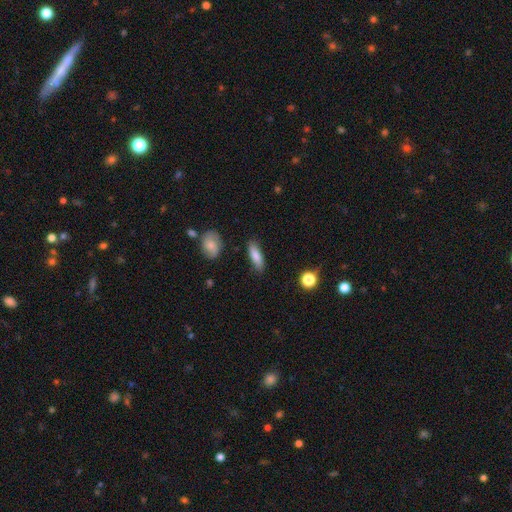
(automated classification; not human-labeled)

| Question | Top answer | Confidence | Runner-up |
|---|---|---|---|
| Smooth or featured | smooth | 82% | featured or disk (12%) |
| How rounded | in between | 53% | cigar-shaped (44%) |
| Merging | none | 83% | minor disturbance (12%) |